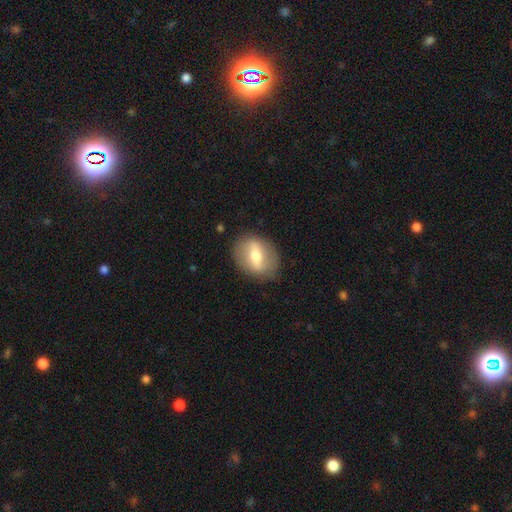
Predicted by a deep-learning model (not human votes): This is possibly a featured or disk galaxy (51%). It is clearly not viewed edge-on (83%). Merging: clearly none (83%).